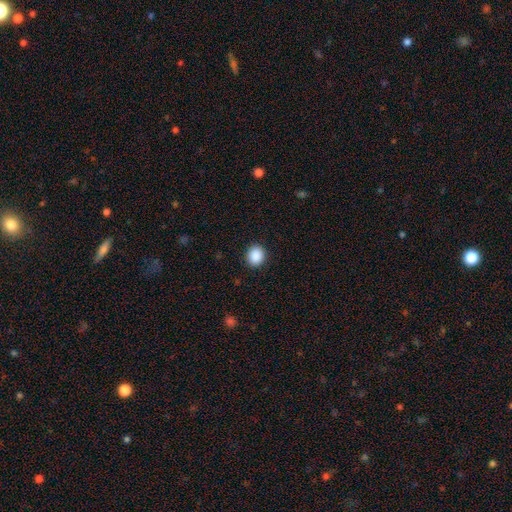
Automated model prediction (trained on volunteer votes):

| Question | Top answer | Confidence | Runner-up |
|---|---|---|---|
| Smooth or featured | smooth | 89% | star or artifact (8%) |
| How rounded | round | 71% | in between (28%) |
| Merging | none | 91% | minor disturbance (6%) |